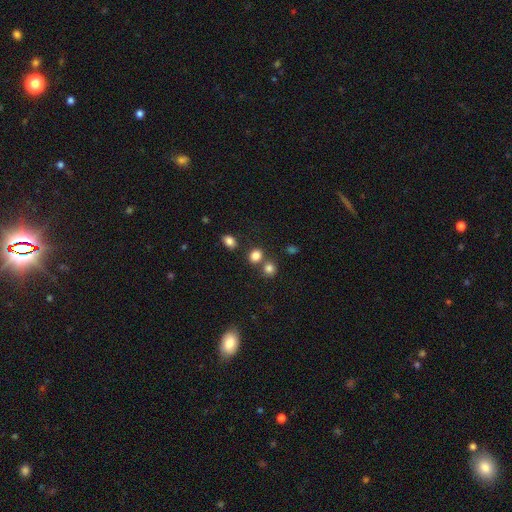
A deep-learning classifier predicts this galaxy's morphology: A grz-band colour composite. It shows a smooth galaxy with no disk features (81%) that is round (68%). Merging: none (66%).